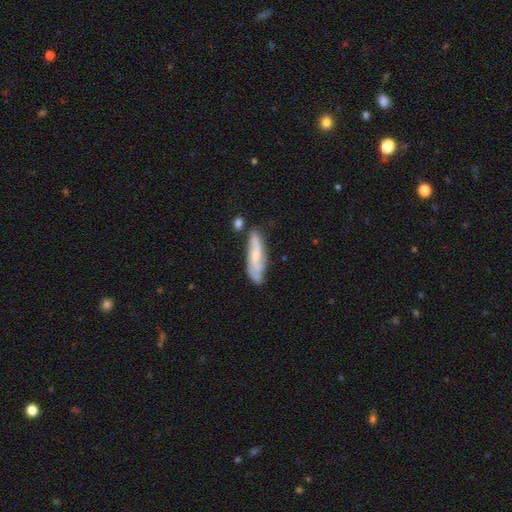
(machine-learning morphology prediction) featured or disk 55%, smooth 38%, star or artifact 7%. Down the decision tree: edge-on disk — no (72%); merging — none (63%).